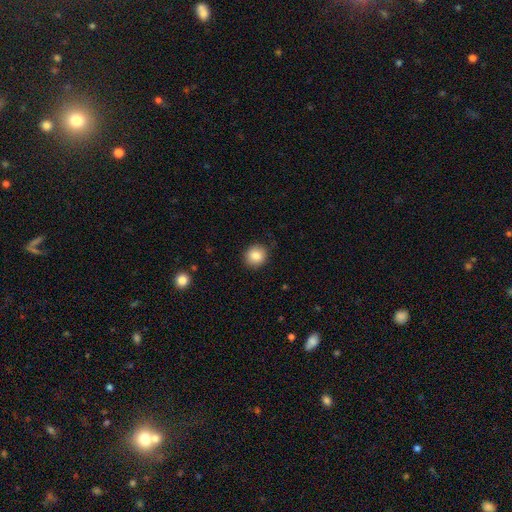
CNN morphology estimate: A smooth galaxy with no disk features (87%) that is round (87%).

Vote fractions:
- Smooth or featured? smooth: 87% / star or artifact: 9% / featured or disk: 5%
- How rounded? round: 87% / in between: 12% / cigar-shaped: 1%
- Merging? none: 88% / minor disturbance: 9% / major disturbance: 2% / merger: 1%